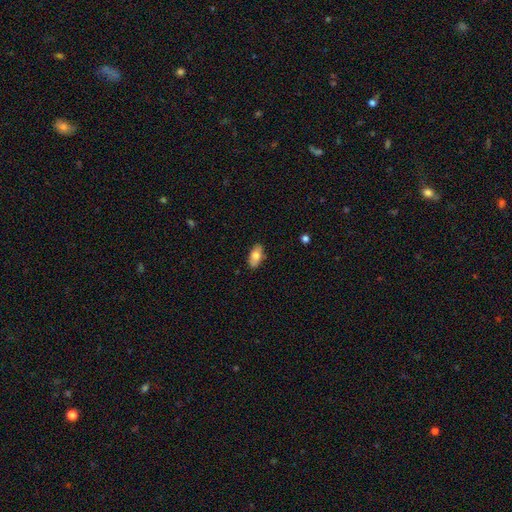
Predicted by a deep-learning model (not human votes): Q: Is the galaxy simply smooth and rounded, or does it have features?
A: smooth — 74%.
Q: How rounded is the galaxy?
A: in between — 91%.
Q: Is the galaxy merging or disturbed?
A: none — 86%.